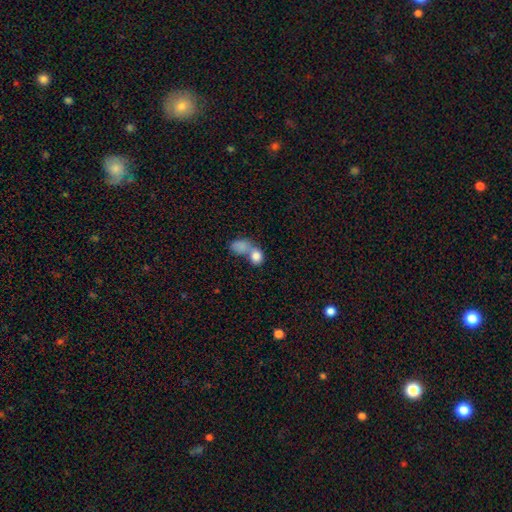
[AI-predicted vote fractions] Smooth or featured? Predicted: smooth (p=0.82). How rounded? Predicted: in between (p=0.55). Merging? Predicted: merger (p=0.65).